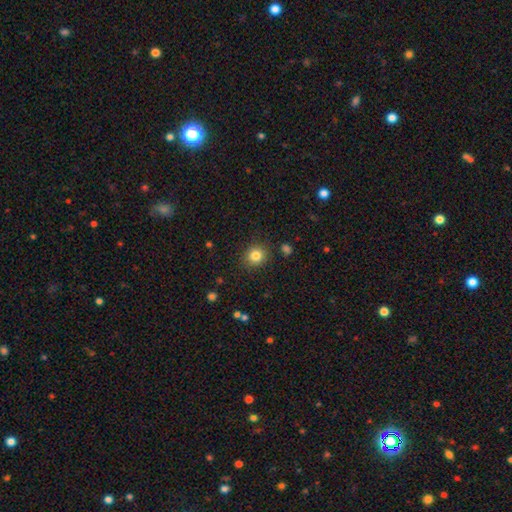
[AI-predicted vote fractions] A smooth galaxy with no disk features (83%) that is round (86%).

Vote fractions:
- Smooth or featured? smooth: 83% / star or artifact: 11% / featured or disk: 6%
- How rounded? round: 86% / in between: 14% / cigar-shaped: 1%
- Merging? none: 87% / minor disturbance: 8% / major disturbance: 3% / merger: 2%